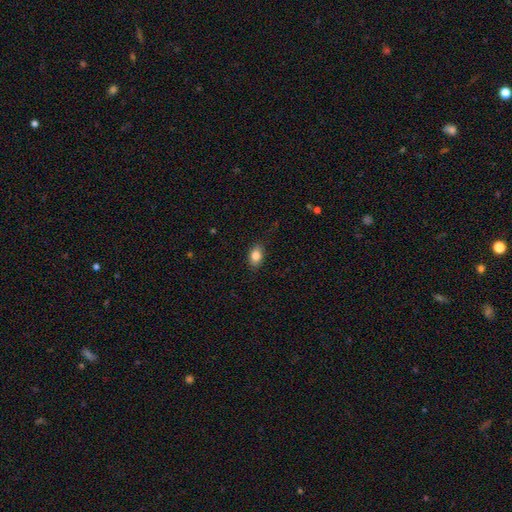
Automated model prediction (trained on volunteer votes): Smooth or featured? smooth (84%)
How rounded? in between (84%)
Merging? none (86%)